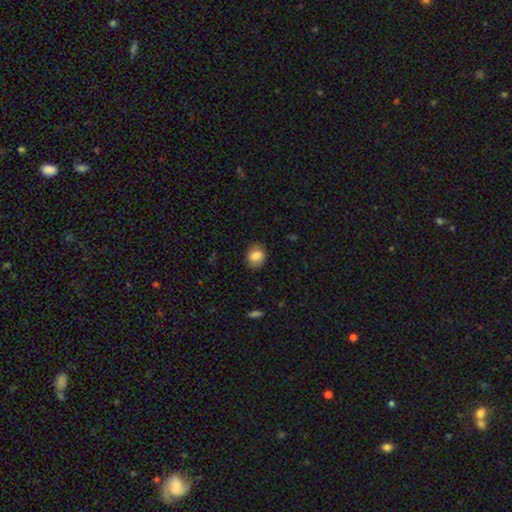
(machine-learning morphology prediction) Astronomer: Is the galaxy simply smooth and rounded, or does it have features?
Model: smooth — 83%.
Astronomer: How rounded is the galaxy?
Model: round — 61% (runner-up: in between, 38%).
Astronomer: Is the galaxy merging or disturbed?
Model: none — 81%.